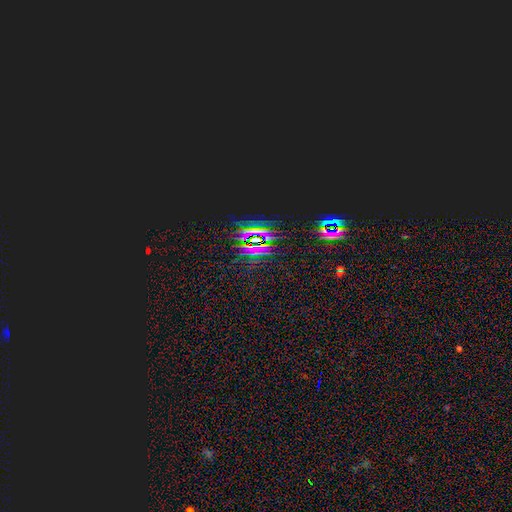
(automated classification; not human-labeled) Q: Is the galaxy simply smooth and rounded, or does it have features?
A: star or artifact — 87%.